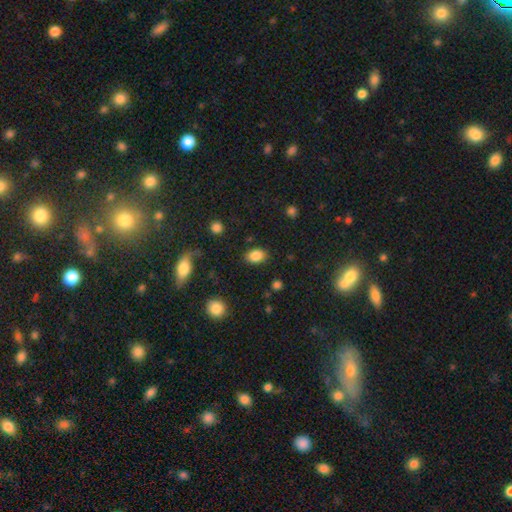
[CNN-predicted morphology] type=smooth (85%); roundness=in between (78%); merging=none (84%).